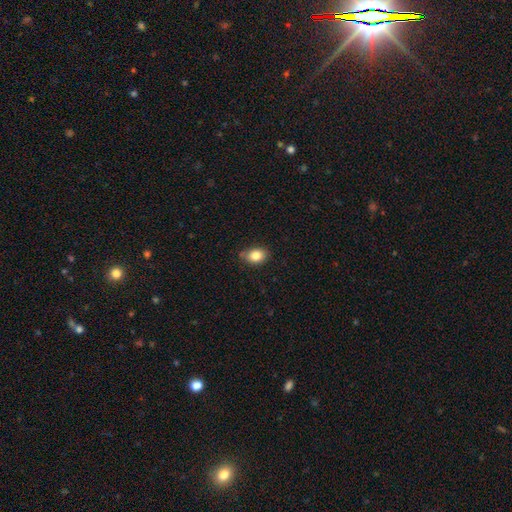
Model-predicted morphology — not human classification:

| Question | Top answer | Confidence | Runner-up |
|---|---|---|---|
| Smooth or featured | smooth | 82% | star or artifact (9%) |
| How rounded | in between | 74% | round (25%) |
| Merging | none | 75% | minor disturbance (20%) |